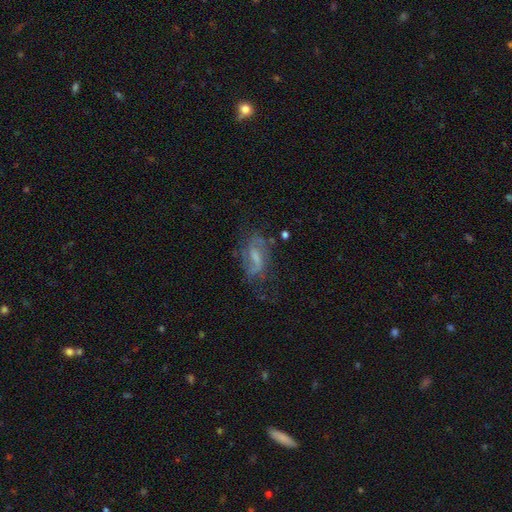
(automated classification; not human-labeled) A featured or disk galaxy (71%) with a weak bar (53%), 2 (78%) loose (50%) spiral arms (85%) and no central bulge (32%, tied with small). Merging: none (56%).